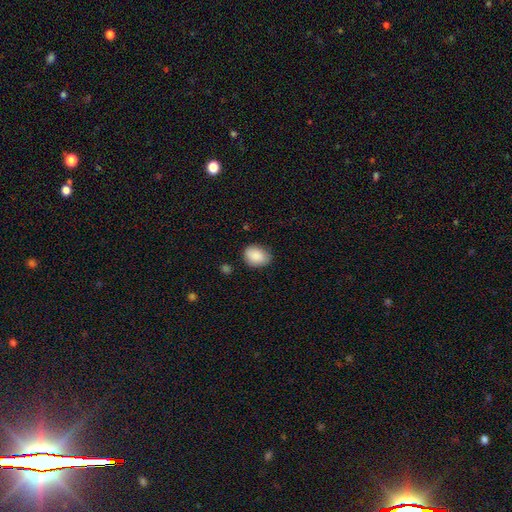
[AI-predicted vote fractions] This is clearly a smooth galaxy (89%). How rounded: likely in between (70%). Merging: likely none (75%).